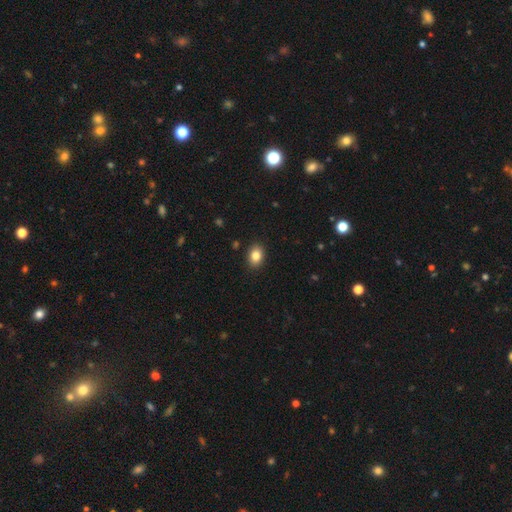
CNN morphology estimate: Smooth or featured: smooth — 84% (star or artifact — 9%)
How rounded: in between — 72% (round — 27%)
Merging: none — 90% (minor disturbance — 7%)